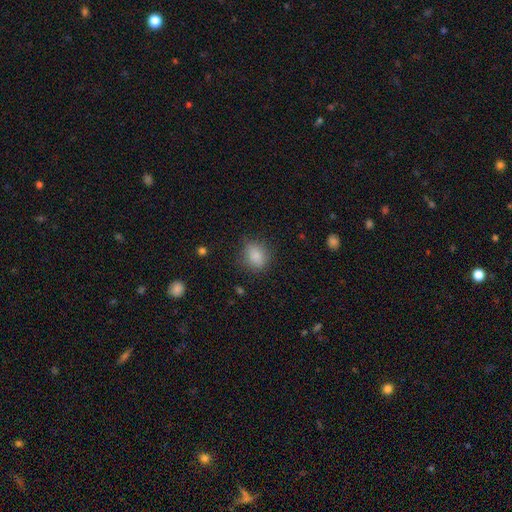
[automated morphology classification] Smooth or featured?
  - smooth: 85% *
  - star or artifact: 9%
  - featured or disk: 6%
How rounded?
  - round: 55% *
  - in between: 43%
  - cigar-shaped: 1%
Merging?
  - none: 79% *
  - minor disturbance: 15%
  - major disturbance: 5%
  - merger: 1%